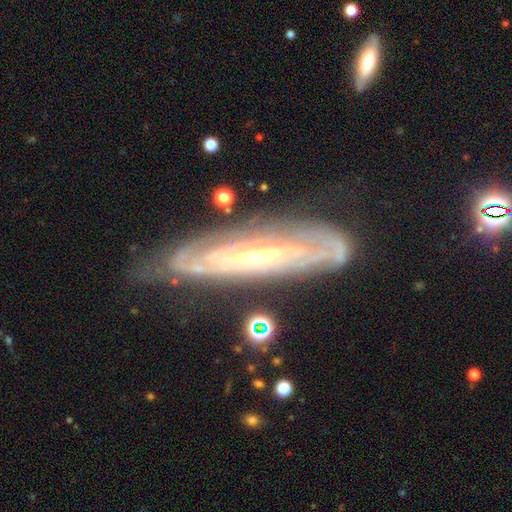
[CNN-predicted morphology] Smooth or featured? featured or disk (84%)
Edge-on disk? no (72%)
Bar? no (44%)
Spiral arms? yes (89%)
Spiral winding? tight (72%)
Spiral arm count? can't tell (55%)
Bulge size? small (63%)
Merging? none (71%)